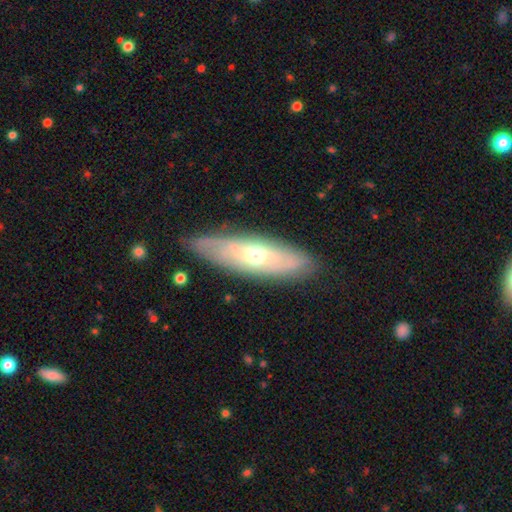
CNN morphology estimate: Overall: featured or disk (56%; smooth 37%). Edge-on disk: no (61%; yes 39%). Merging: none (81%).